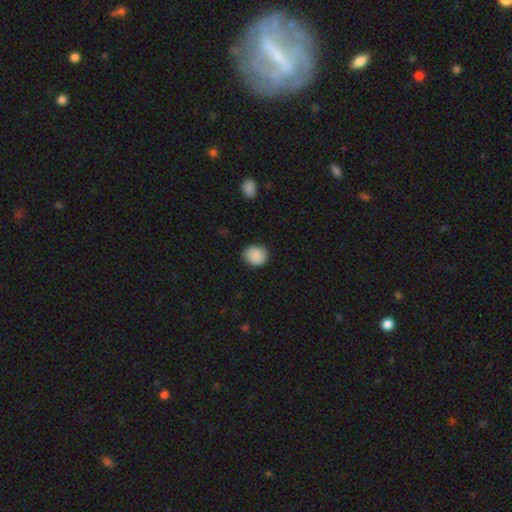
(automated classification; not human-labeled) This is clearly a smooth galaxy (89%). How rounded: likely round (72%). Merging: clearly none (85%).